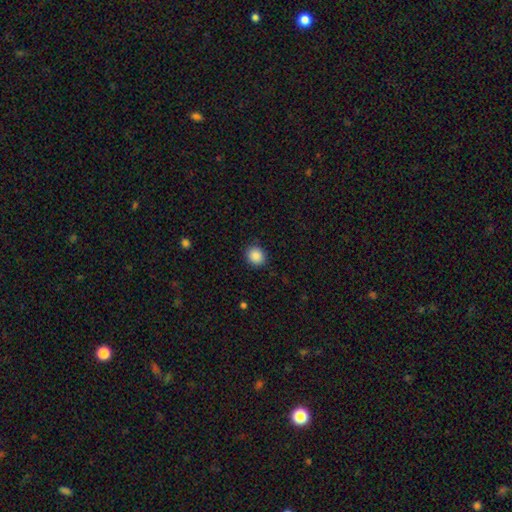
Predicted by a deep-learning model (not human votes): A smooth galaxy with no disk features (88%) that is round (79%). Merging: none (90%).